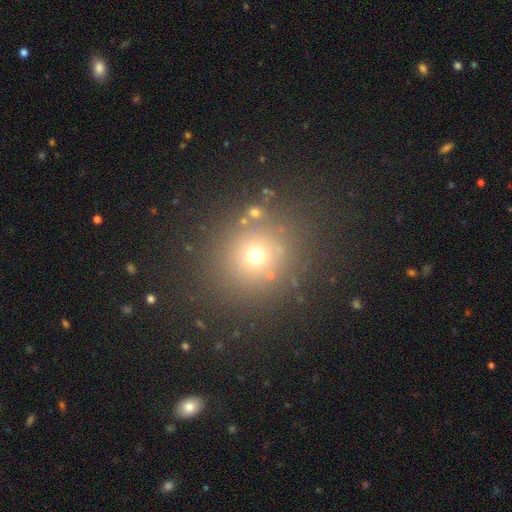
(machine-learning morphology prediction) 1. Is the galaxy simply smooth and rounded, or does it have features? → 65% smooth, 25% star or artifact, 10% featured or disk.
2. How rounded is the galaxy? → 91% round, 8% in between, 1% cigar-shaped.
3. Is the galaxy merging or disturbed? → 80% none, 9% minor disturbance, 6% merger, 5% major disturbance.